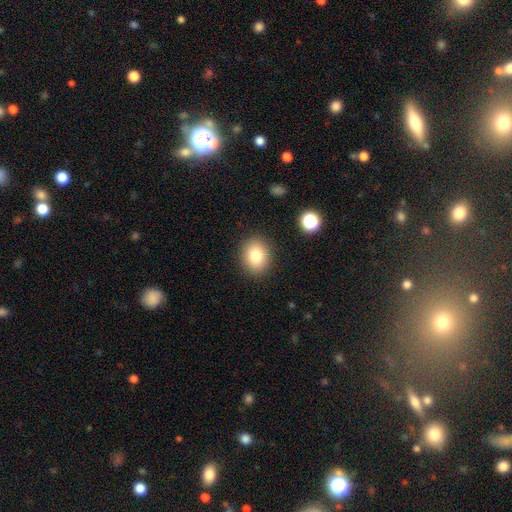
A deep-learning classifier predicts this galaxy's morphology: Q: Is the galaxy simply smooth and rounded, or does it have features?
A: smooth — 81%.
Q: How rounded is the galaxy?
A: round — 58%.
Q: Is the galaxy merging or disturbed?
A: none — 89%.